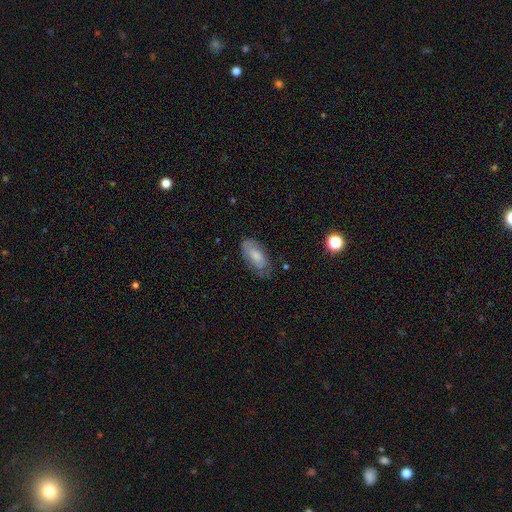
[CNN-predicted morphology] type=smooth (57%); roundness=in between (91%); merging=none (66%).